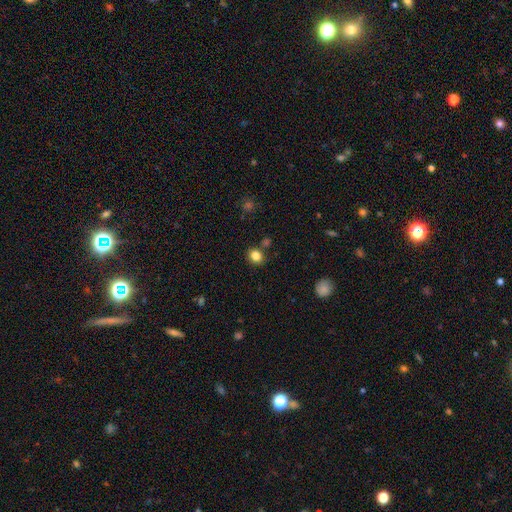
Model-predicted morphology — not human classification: A smooth galaxy with no disk features (84%) that is round (65%).

Vote fractions:
- Smooth or featured? smooth: 84% / star or artifact: 11% / featured or disk: 5%
- How rounded? round: 65% / in between: 34% / cigar-shaped: 1%
- Merging? none: 80% / minor disturbance: 10% / merger: 7% / major disturbance: 3%